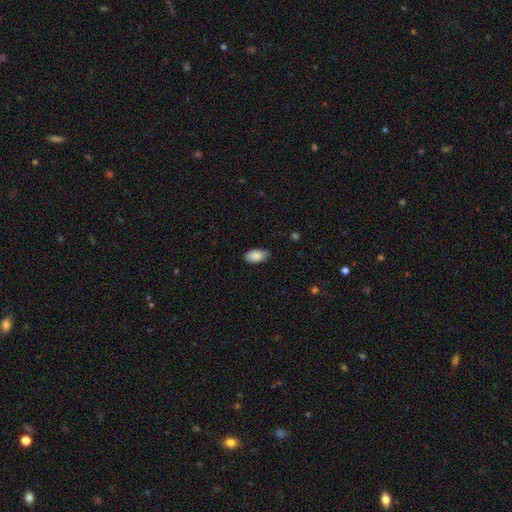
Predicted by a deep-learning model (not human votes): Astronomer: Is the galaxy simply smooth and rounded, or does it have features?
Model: smooth — 86%.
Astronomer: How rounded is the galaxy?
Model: in between — 94%.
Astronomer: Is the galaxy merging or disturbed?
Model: none — 78%.